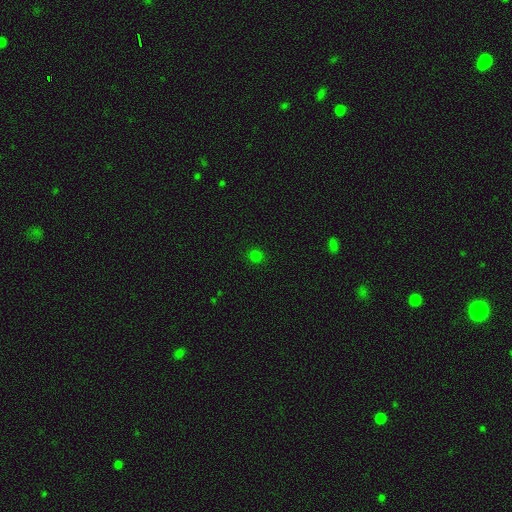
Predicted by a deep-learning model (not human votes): The model was most divided on "smooth or featured": smooth: 78%, star or artifact: 19%, featured or disk: 3%. More confident: how rounded — round (92%); merging — none (91%).